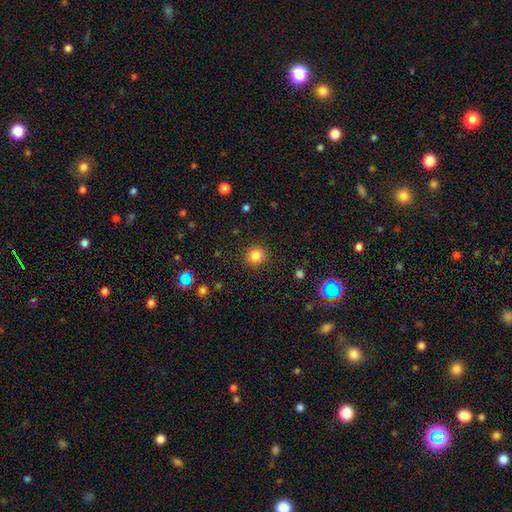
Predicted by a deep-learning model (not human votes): A smooth galaxy with no disk features (82%) that is round (89%). Merging: none (87%).